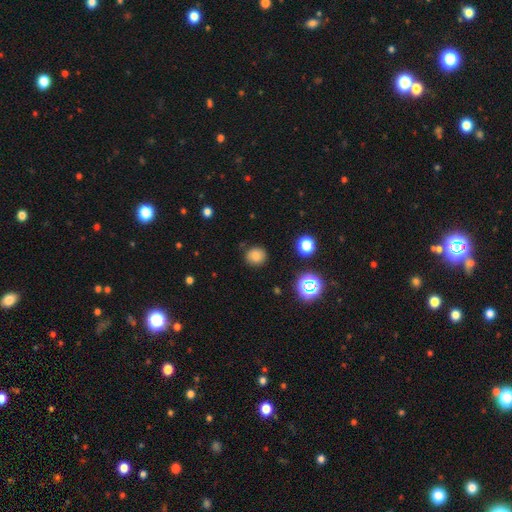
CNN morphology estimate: smooth 78%, star or artifact 16%, featured or disk 6%. Down the decision tree: how rounded — round (84%); merging — none (86%).